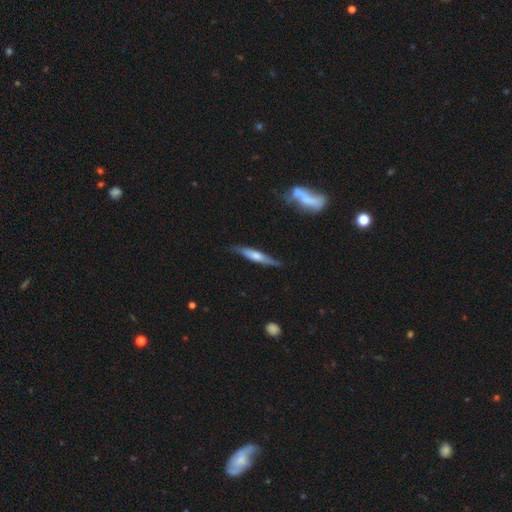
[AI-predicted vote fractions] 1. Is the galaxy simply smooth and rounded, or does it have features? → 51% featured or disk, 44% smooth, 6% star or artifact.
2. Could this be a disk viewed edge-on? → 90% yes, 10% no.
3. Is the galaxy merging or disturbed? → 81% none, 15% minor disturbance, 3% major disturbance, 2% merger.